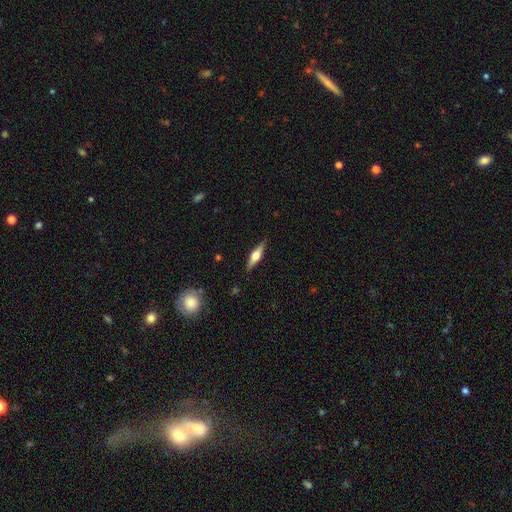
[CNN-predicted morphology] The model was most divided on "smooth or featured": featured or disk: 65%, smooth: 29%, star or artifact: 6%. More confident: edge-on disk — yes (96%); edge-on bulge — rounded (93%); merging — none (89%).